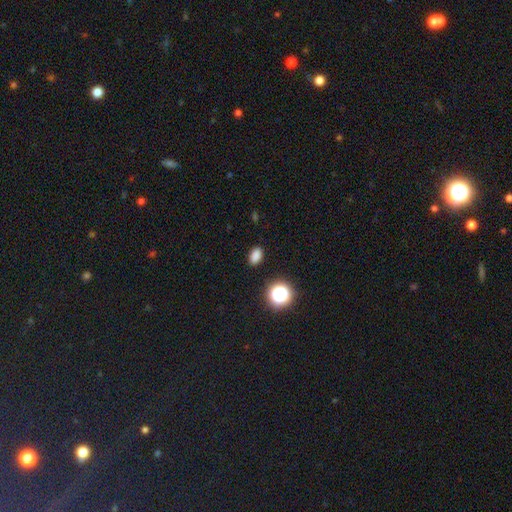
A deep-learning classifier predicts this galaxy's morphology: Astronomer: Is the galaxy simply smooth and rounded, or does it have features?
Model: smooth — 80%.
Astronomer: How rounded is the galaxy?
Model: in between — 82%.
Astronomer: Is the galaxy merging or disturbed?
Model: none — 88%.